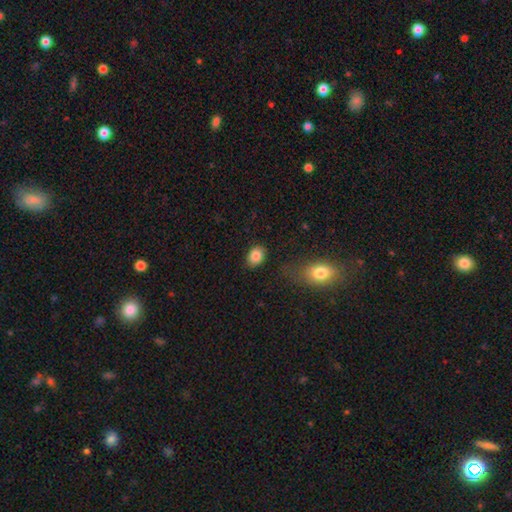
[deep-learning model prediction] A smooth galaxy with no disk features (86%) that is in between round and cigar-shaped (66%).

Vote fractions:
- Smooth or featured? smooth: 86% / star or artifact: 8% / featured or disk: 6%
- How rounded? in between: 66% / round: 33% / cigar-shaped: 1%
- Merging? none: 82% / minor disturbance: 12% / major disturbance: 4% / merger: 3%